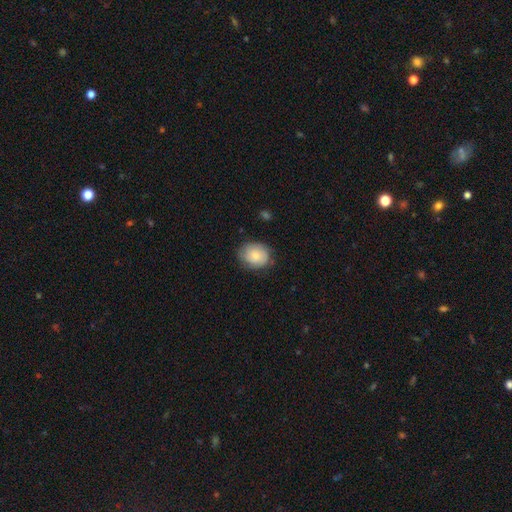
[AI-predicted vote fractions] A smooth galaxy with no disk features (74%) that is round (56%). Merging: none (73%).